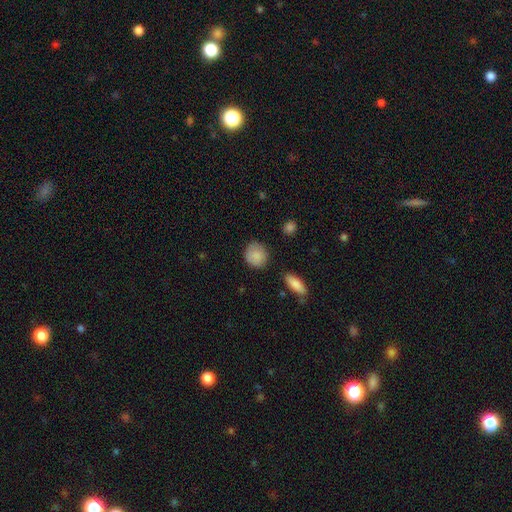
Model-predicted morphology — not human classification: Smooth or featured: smooth — 87% (star or artifact — 7%)
How rounded: round — 81% (in between — 18%)
Merging: none — 81% (minor disturbance — 14%)